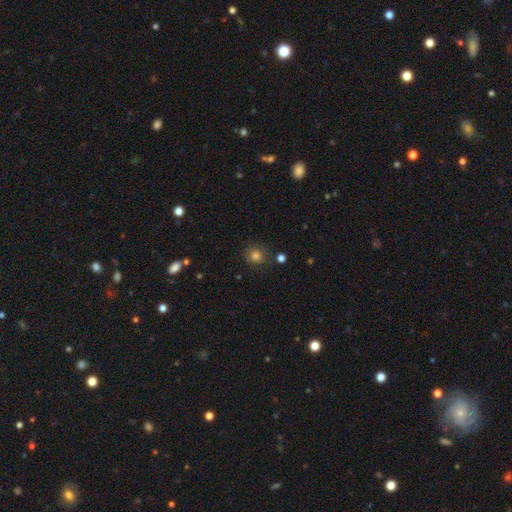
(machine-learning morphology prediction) smooth 75%, star or artifact 15%, featured or disk 10%. Down the decision tree: how rounded — round (79%); merging — none (76%).